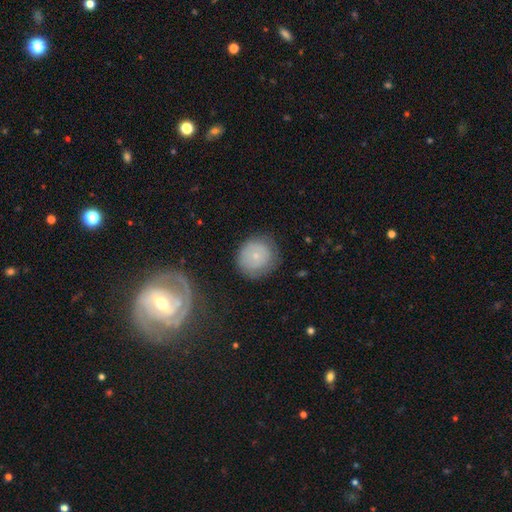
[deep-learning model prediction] Smooth or featured? Predicted: smooth (p=0.69). How rounded? Predicted: round (p=0.86). Merging? Predicted: none (p=0.77).